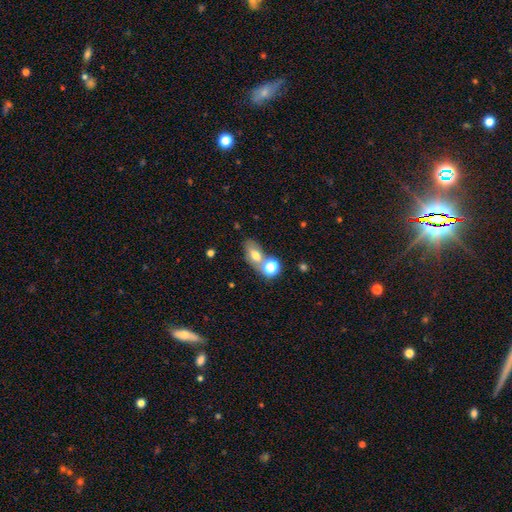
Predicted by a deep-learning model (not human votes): This is likely a smooth galaxy (65%). How rounded: clearly in between (80%). Merging: possibly none (46%).